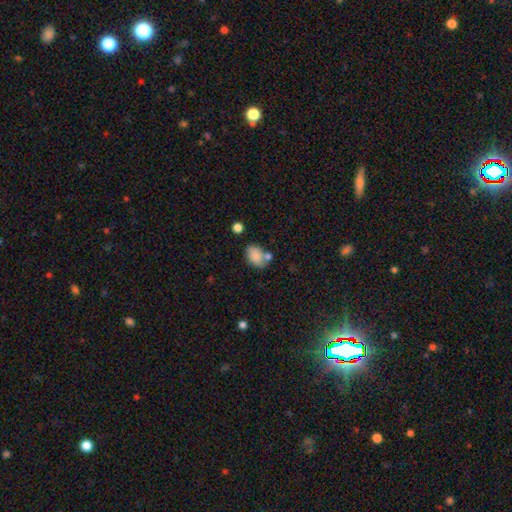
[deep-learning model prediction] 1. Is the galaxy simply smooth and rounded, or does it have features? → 82% smooth, 10% featured or disk, 8% star or artifact.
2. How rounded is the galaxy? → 82% in between, 16% round, 1% cigar-shaped.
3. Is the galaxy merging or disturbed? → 55% none, 20% minor disturbance, 19% merger, 6% major disturbance.